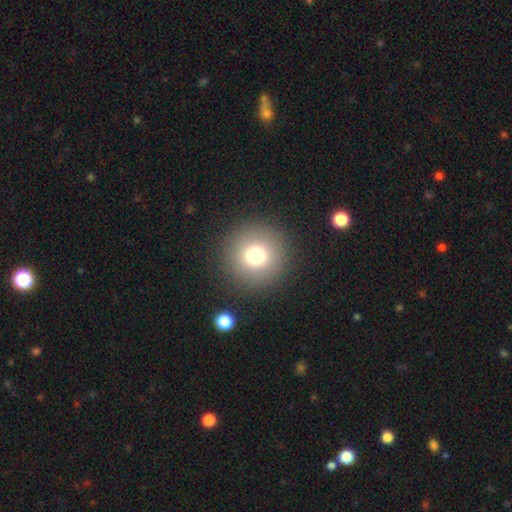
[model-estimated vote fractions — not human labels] The model was most divided on "smooth or featured": smooth: 75%, star or artifact: 14%, featured or disk: 11%. More confident: how rounded — round (96%); merging — none (90%).